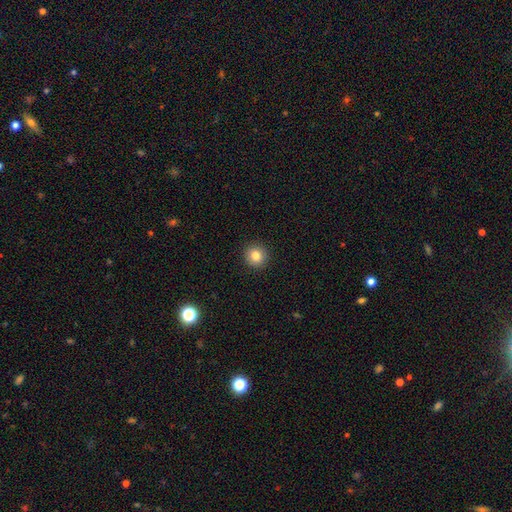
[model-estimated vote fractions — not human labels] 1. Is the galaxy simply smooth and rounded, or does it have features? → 82% smooth, 11% star or artifact, 7% featured or disk.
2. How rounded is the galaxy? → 94% round, 5% in between, 1% cigar-shaped.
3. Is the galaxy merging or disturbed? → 93% none, 5% minor disturbance, 2% major disturbance, 1% merger.